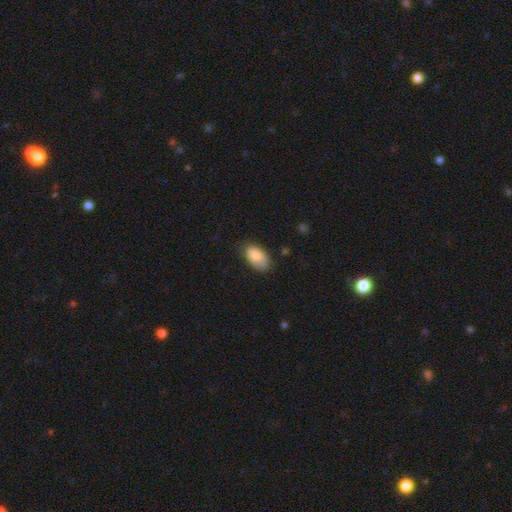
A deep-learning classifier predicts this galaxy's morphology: Smooth or featured? smooth (81%)
How rounded? in between (93%)
Merging? none (65%)